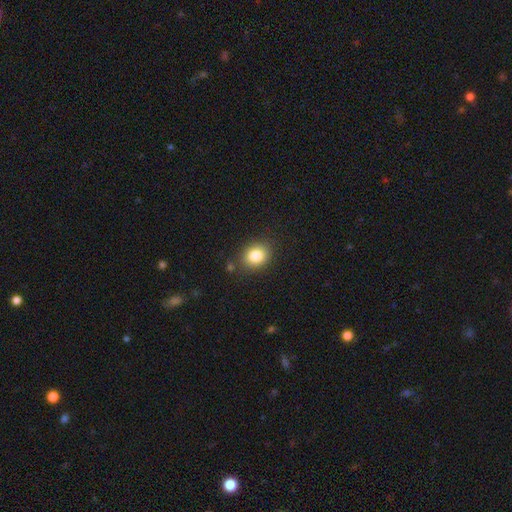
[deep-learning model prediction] Smooth or featured: smooth — 83% (star or artifact — 10%)
How rounded: round — 53% (in between — 46%)
Merging: none — 84% (minor disturbance — 11%)